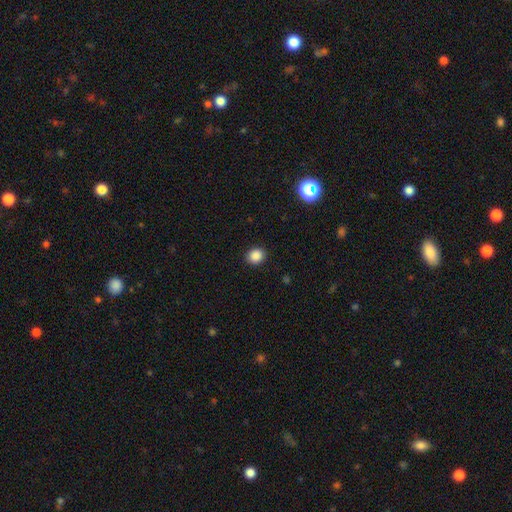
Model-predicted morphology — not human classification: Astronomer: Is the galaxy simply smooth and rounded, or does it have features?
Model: smooth — 87%.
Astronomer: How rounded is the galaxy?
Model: round — 80%.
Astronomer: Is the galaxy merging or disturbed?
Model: none — 91%.